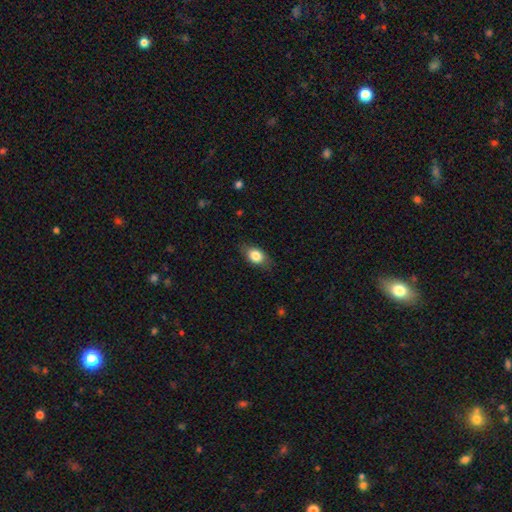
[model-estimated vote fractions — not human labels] Morphology: type=smooth (81%); roundness=in between (80%); merging=none (79%).